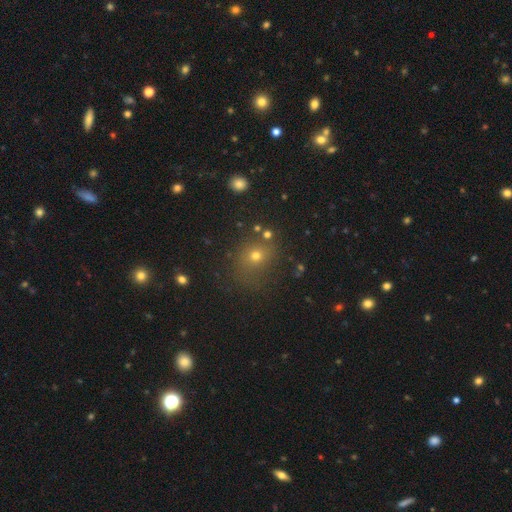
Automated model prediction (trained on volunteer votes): smooth_or_featured: smooth (p=0.58) [alt: star or artifact p=0.33]
how_rounded: round (p=0.82) [alt: in between p=0.17]
merging: none (p=0.80) [alt: minor disturbance p=0.11]